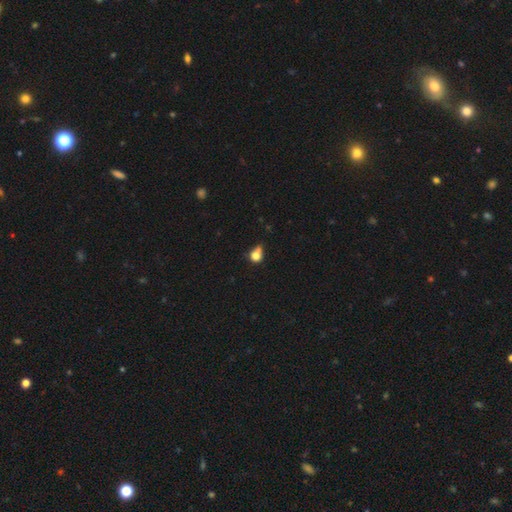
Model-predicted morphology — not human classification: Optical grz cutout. It shows a smooth galaxy with no disk features (76%) that is round (68%). Merging: none (36%).